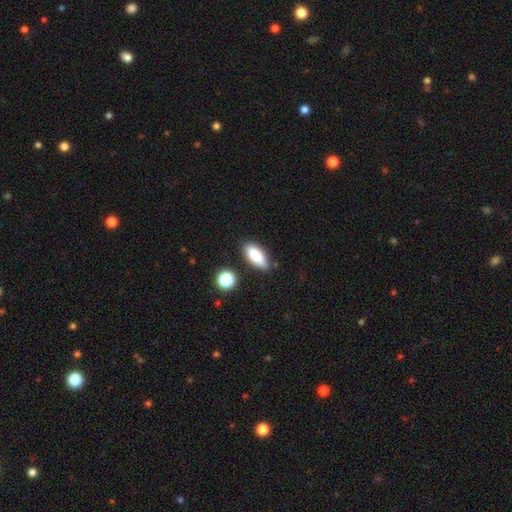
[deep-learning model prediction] The model was most divided on "how rounded": in between: 80%, cigar-shaped: 17%, round: 3%. More confident: smooth or featured — smooth (82%); merging — none (82%).